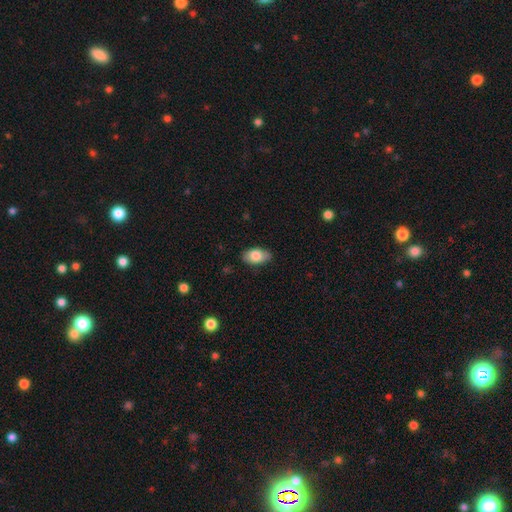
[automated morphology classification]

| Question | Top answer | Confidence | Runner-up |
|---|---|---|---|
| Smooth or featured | smooth | 81% | featured or disk (12%) |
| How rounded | in between | 93% | round (5%) |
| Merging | none | 84% | minor disturbance (13%) |